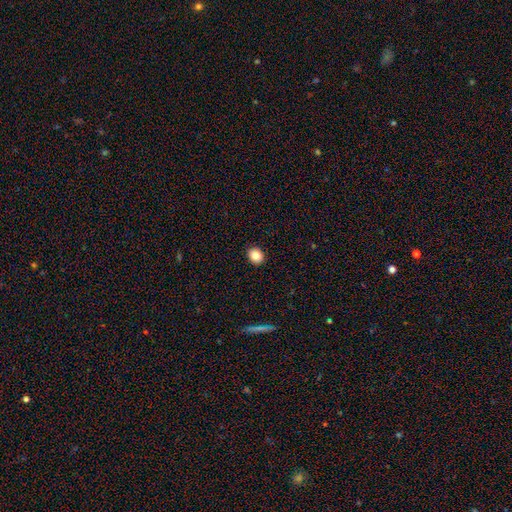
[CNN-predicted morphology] This is clearly a smooth galaxy (84%). How rounded: likely round (70%). Merging: clearly none (92%).